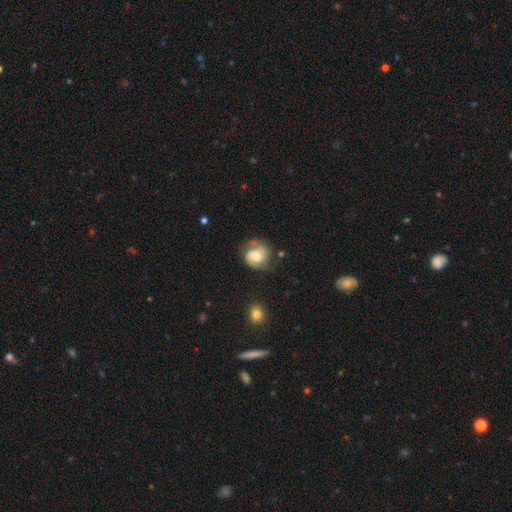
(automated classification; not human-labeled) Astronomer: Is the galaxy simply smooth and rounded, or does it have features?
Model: featured or disk — 59%.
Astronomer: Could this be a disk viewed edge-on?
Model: no — 98%.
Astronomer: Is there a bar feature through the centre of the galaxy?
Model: no — 58% (runner-up: weak, 34%).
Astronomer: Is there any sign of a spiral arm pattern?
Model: yes — 89%.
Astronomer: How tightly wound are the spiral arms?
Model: medium — 45% (runner-up: tight, 34%).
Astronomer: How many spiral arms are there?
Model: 2 — 80%.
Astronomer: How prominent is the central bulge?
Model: moderate — 43% (runner-up: large, 27%).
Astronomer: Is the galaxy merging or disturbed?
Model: none — 57%.